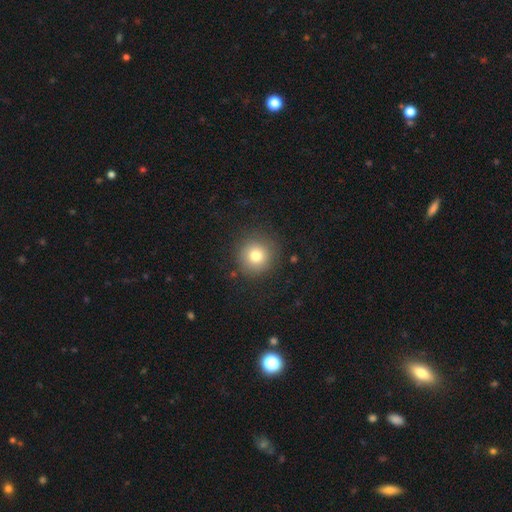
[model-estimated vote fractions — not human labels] A smooth galaxy with no disk features (77%) that is round (94%).

Vote fractions:
- Smooth or featured? smooth: 77% / star or artifact: 12% / featured or disk: 10%
- How rounded? round: 94% / in between: 5% / cigar-shaped: 1%
- Merging? none: 86% / minor disturbance: 9% / major disturbance: 4% / merger: 1%